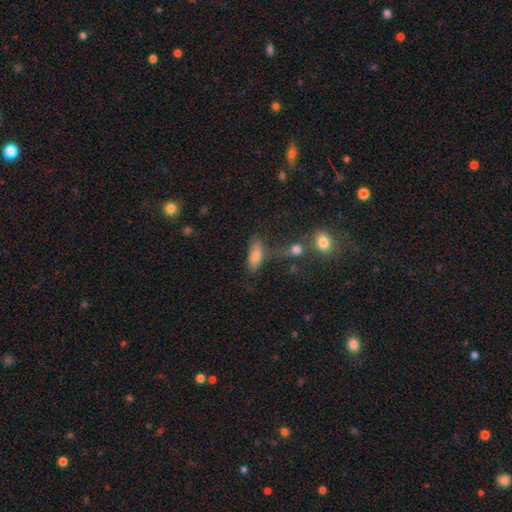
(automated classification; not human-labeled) A smooth galaxy with no disk features (75%) that is in between round and cigar-shaped (76%).

Vote fractions:
- Smooth or featured? smooth: 75% / featured or disk: 13% / star or artifact: 12%
- How rounded? in between: 76% / cigar-shaped: 19% / round: 5%
- Merging? none: 51% / minor disturbance: 20% / merger: 16% / major disturbance: 12%